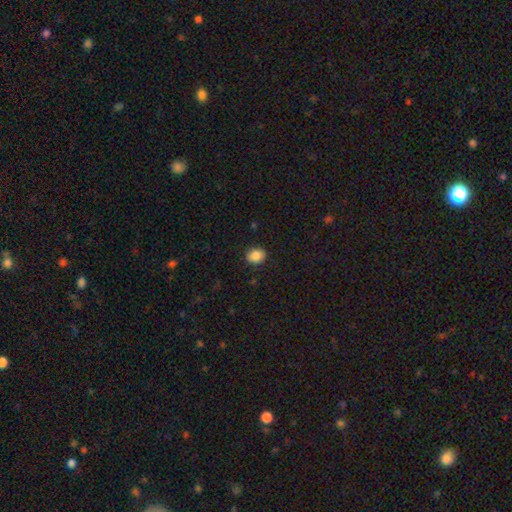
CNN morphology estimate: Smooth or featured? smooth (87%)
How rounded? round (67%)
Merging? none (89%)